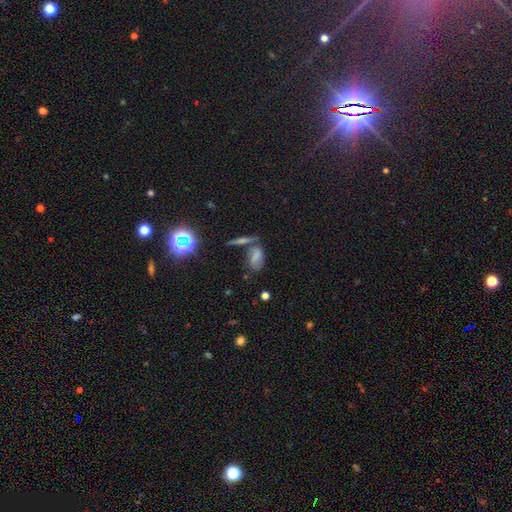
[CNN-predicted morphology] type=smooth (55%); roundness=in between (80%); merging=none (45%).